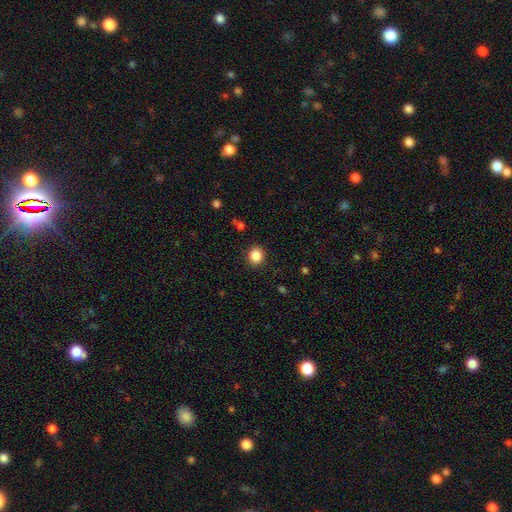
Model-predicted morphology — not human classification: Q: Smooth or featured?
A: smooth (86%); runner-up: star or artifact (10%)
Q: How rounded?
A: round (84%); runner-up: in between (15%)
Q: Merging?
A: none (91%); runner-up: minor disturbance (6%)